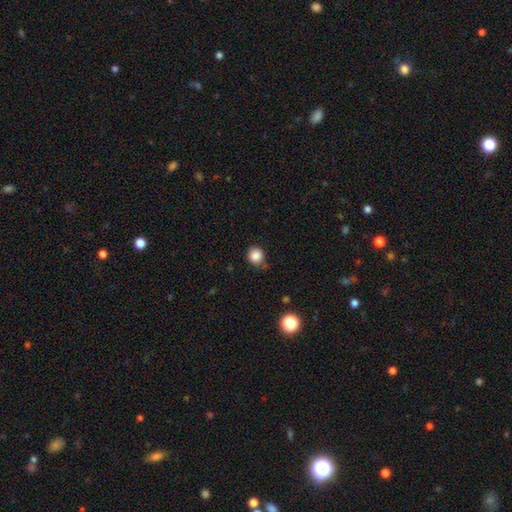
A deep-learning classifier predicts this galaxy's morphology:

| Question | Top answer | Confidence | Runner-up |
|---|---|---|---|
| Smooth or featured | smooth | 85% | star or artifact (11%) |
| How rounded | round | 85% | in between (14%) |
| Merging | none | 71% | minor disturbance (21%) |